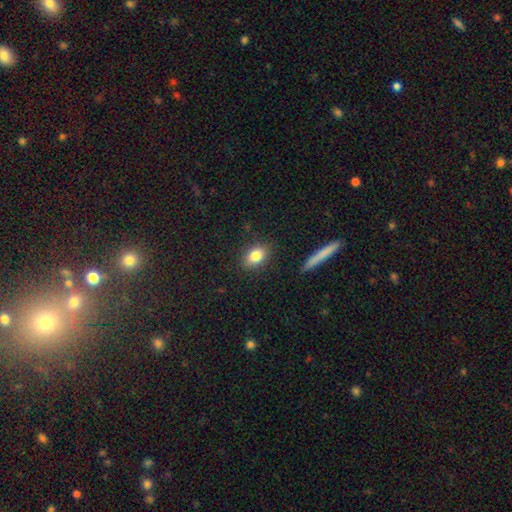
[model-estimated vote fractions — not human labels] Overall: smooth (81%). How rounded: in between (76%). Merging: none (86%).